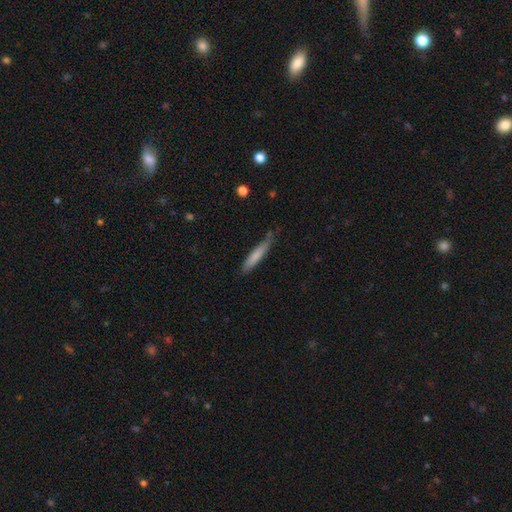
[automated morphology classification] This appears to be a smooth galaxy with no disk features (74%) that is cigar-shaped (92%). Merging: none (68%).